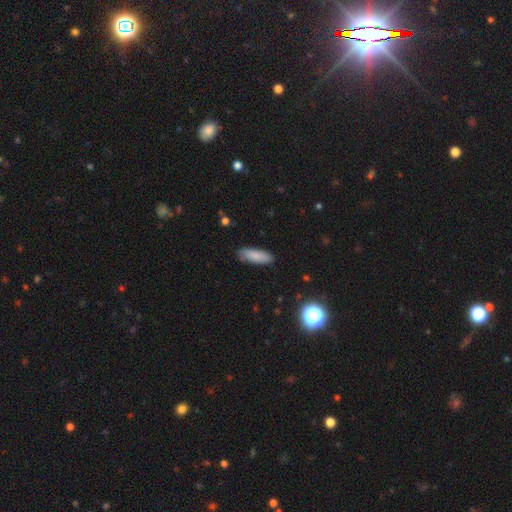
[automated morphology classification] This appears to be a smooth galaxy with no disk features (84%) that is in between round and cigar-shaped (56%). Merging: none (83%).